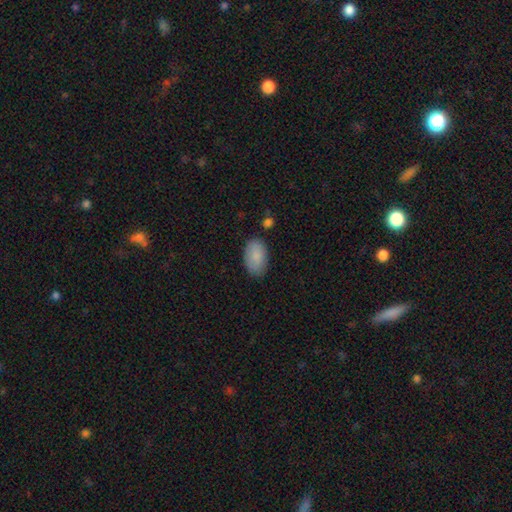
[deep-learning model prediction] Smooth or featured? smooth (86%)
How rounded? in between (93%)
Merging? none (78%)